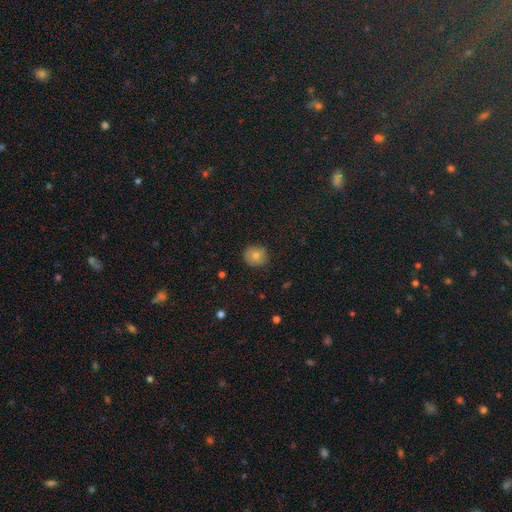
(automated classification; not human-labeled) Q: Smooth or featured?
A: smooth (75%); runner-up: featured or disk (14%)
Q: How rounded?
A: round (84%); runner-up: in between (15%)
Q: Merging?
A: none (79%); runner-up: minor disturbance (17%)